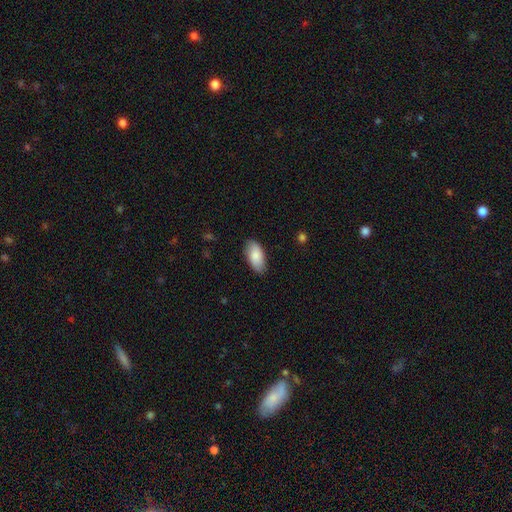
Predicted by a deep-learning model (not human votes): smooth_or_featured: smooth (p=0.85) [alt: featured or disk p=0.09]
how_rounded: in between (p=0.94) [alt: cigar-shaped p=0.04]
merging: none (p=0.83) [alt: minor disturbance p=0.14]